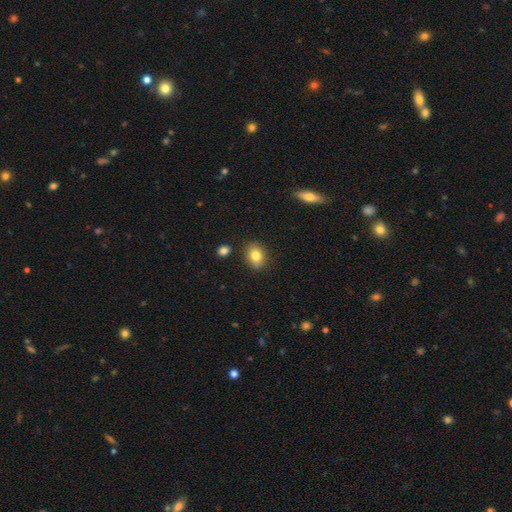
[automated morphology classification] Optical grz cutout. It shows a smooth galaxy with no disk features (81%) that is in between round and cigar-shaped (59%). Merging: none (82%).